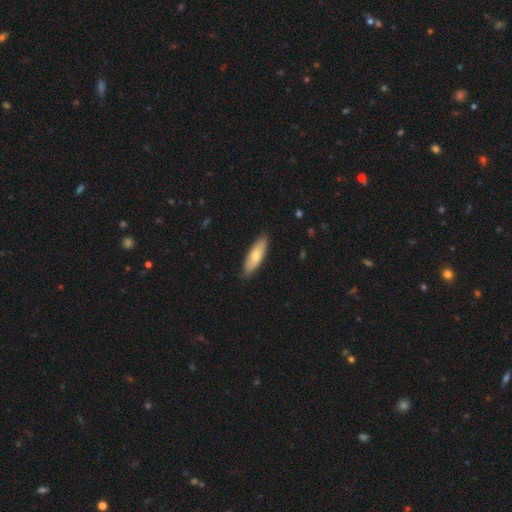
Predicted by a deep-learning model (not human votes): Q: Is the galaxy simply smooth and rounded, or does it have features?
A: smooth — 70%.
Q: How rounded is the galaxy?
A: in between — 52%.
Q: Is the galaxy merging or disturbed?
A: none — 87%.